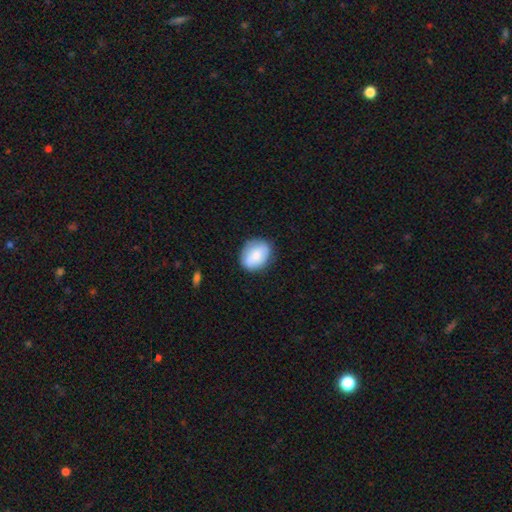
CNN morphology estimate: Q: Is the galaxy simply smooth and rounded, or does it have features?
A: smooth — 76%.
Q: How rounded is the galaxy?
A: in between — 51%.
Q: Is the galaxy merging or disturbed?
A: none — 78%.